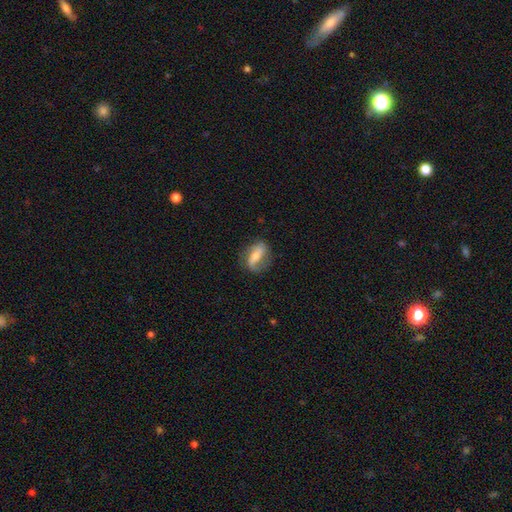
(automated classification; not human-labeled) This appears to be a featured or disk galaxy (56%). Merging: none (68%).